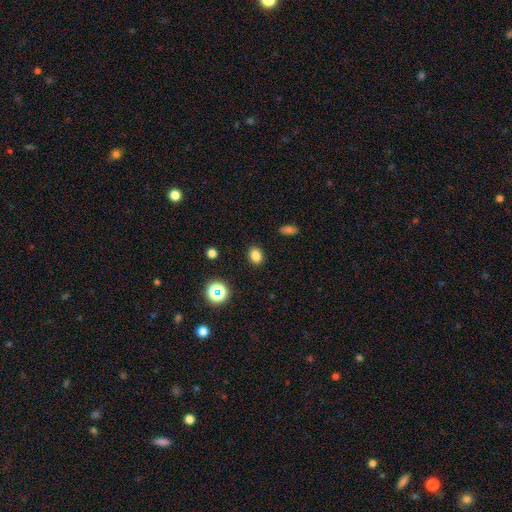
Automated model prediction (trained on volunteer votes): A smooth galaxy with no disk features (81%) that is in between round and cigar-shaped (52%).

Vote fractions:
- Smooth or featured? smooth: 81% / star or artifact: 14% / featured or disk: 5%
- How rounded? in between: 52% / round: 47% / cigar-shaped: 1%
- Merging? none: 88% / minor disturbance: 8% / major disturbance: 3% / merger: 1%